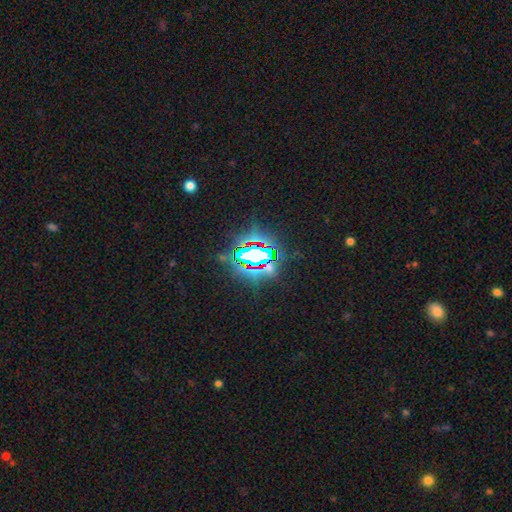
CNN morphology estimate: Smooth or featured? Predicted: star or artifact (p=0.77).